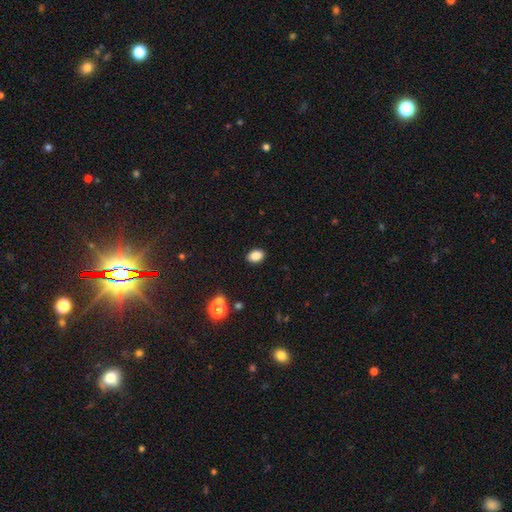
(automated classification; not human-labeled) Smooth or featured? smooth (85%)
How rounded? in between (81%)
Merging? none (89%)